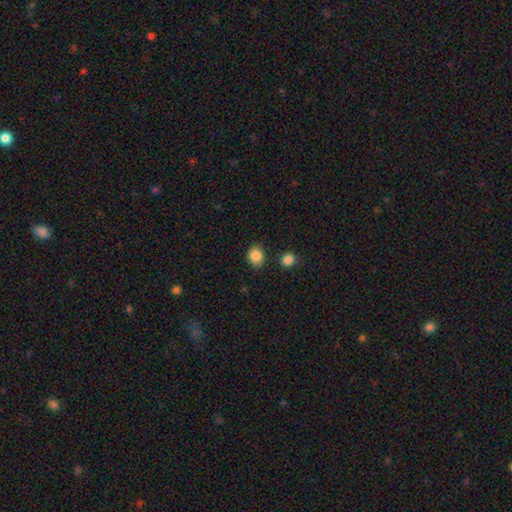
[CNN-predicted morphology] Smooth or featured: smooth — 86% (star or artifact — 9%)
How rounded: round — 70% (in between — 29%)
Merging: none — 82% (minor disturbance — 11%)